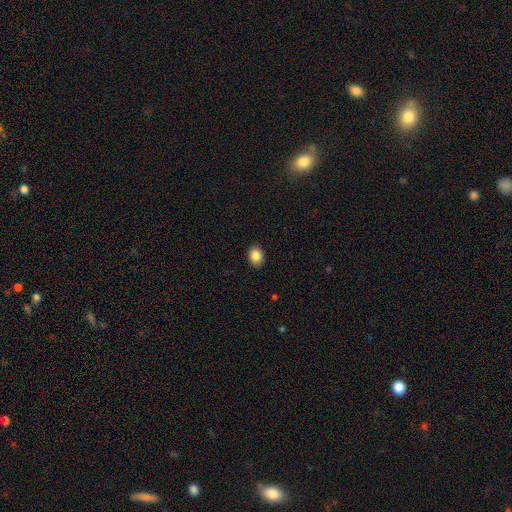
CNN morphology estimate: Smooth or featured? Predicted: smooth (p=0.86). How rounded? Predicted: in between (p=0.63). Merging? Predicted: none (p=0.90).